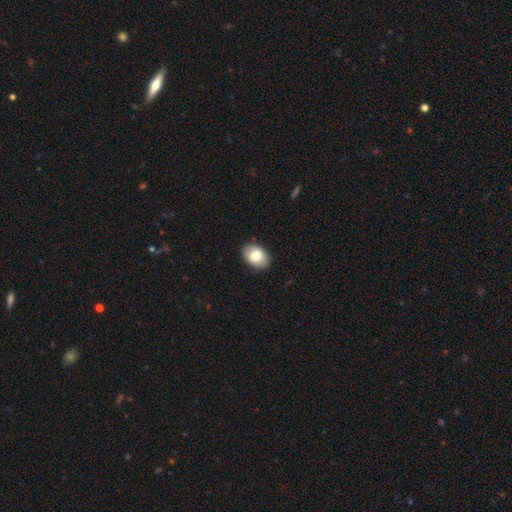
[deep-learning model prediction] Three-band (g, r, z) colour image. It shows a smooth galaxy with no disk features (80%) that is in between round and cigar-shaped (80%). Merging: none (88%).